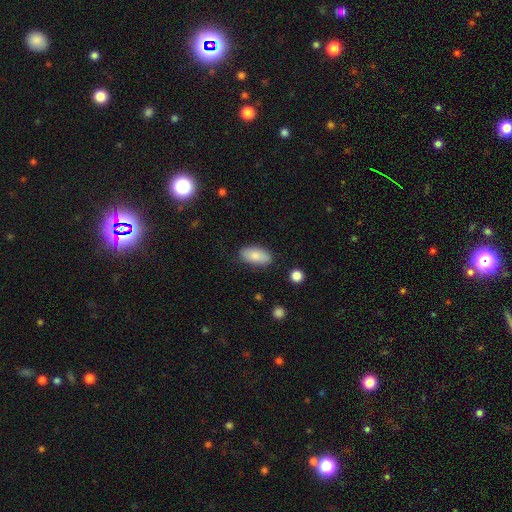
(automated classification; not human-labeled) This is clearly a smooth galaxy (82%). How rounded: clearly in between (91%). Merging: clearly none (83%).